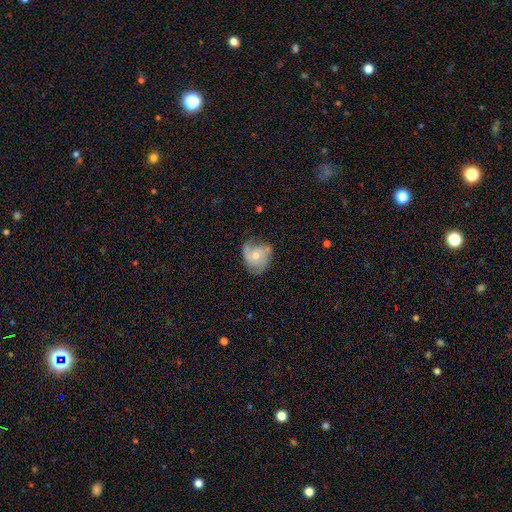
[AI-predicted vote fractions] The model was most divided on "bulge size": moderate: 54%, small: 41%, large: 2%, none: 2%, dominant: 1%. Remaining: edge-on disk — no (97%); bar — no (79%); spiral arms — yes (76%); smooth or featured — featured or disk (57%); merging — none (47%).